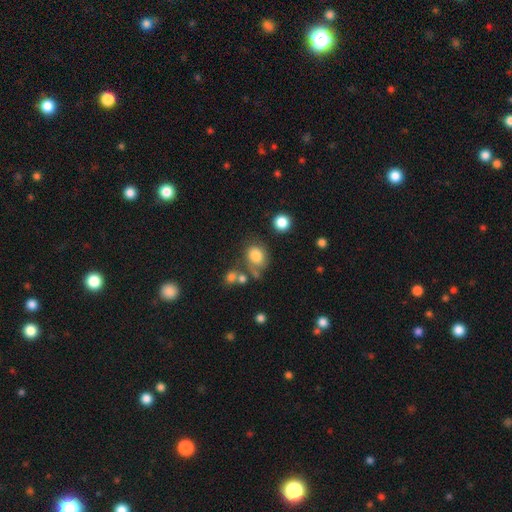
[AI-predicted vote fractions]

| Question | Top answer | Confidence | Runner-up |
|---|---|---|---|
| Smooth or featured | smooth | 79% | star or artifact (11%) |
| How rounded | round | 54% | in between (45%) |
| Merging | none | 56% | minor disturbance (20%) |